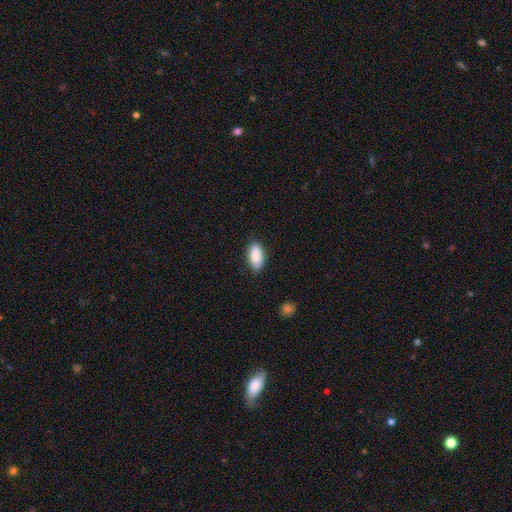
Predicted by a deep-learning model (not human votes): smooth-or-featured: smooth: 85% | featured or disk: 8% | star or artifact: 6%
  how-rounded: in between: 90% | cigar-shaped: 7% | round: 3%
  merging: none: 84% | minor disturbance: 13% | major disturbance: 2% | merger: 1%